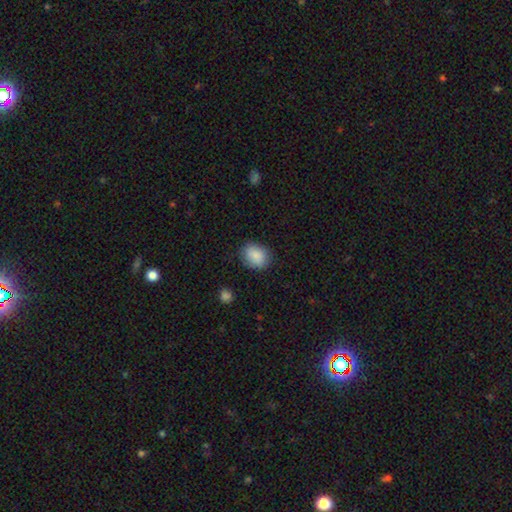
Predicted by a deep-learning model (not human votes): Smooth or featured? smooth (87%)
How rounded? in between (55%)
Merging? none (83%)